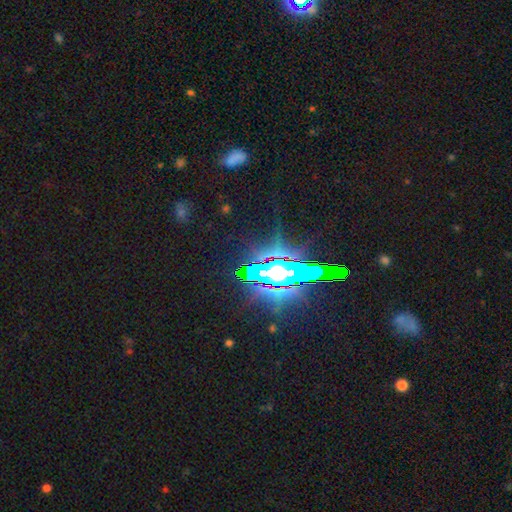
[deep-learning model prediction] Smooth or featured? Predicted: star or artifact (p=0.81).